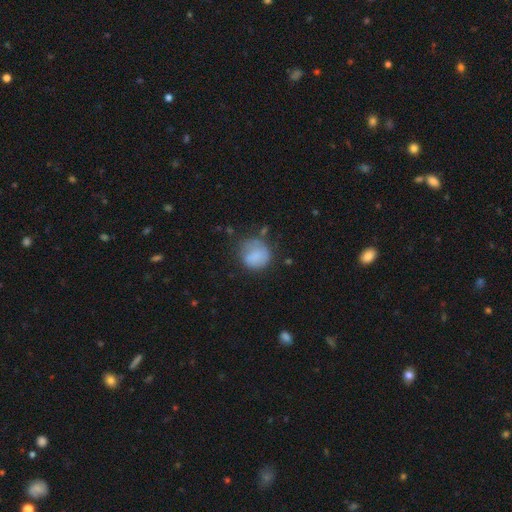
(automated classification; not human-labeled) smooth 74%, featured or disk 18%, star or artifact 8%. Down the decision tree: how rounded — round (81%); merging — none (48%).